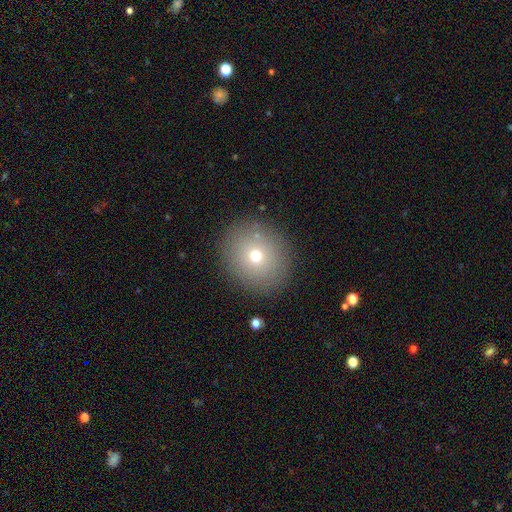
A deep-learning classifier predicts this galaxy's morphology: Smooth or featured?
  - smooth: 70% *
  - star or artifact: 16%
  - featured or disk: 15%
How rounded?
  - round: 81% *
  - in between: 18%
  - cigar-shaped: 1%
Merging?
  - none: 88% *
  - minor disturbance: 7%
  - major disturbance: 3%
  - merger: 2%